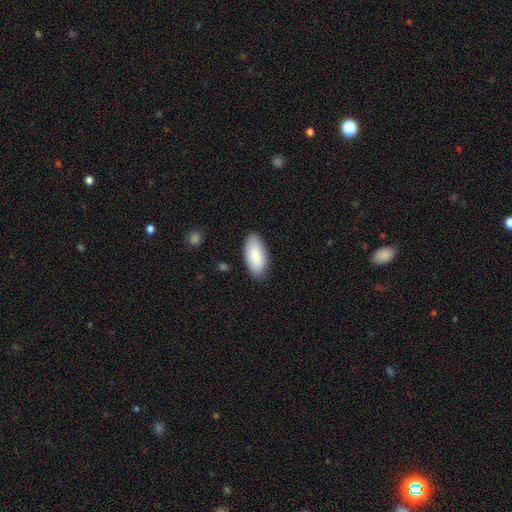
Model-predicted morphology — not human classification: Smooth or featured? smooth (85%)
How rounded? in between (92%)
Merging? none (85%)